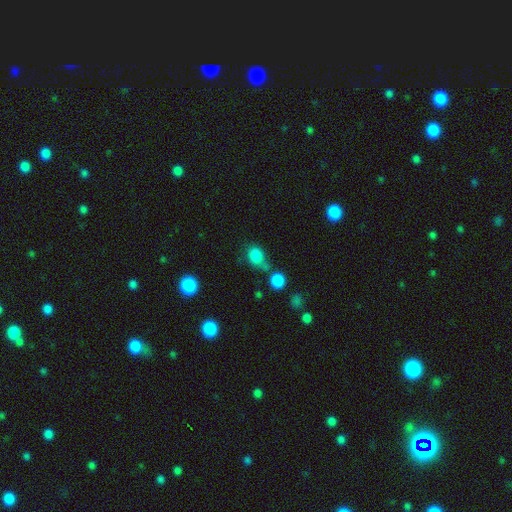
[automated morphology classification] smooth 83%, star or artifact 11%, featured or disk 6%. Down the decision tree: how rounded — round (57%); merging — none (52%).